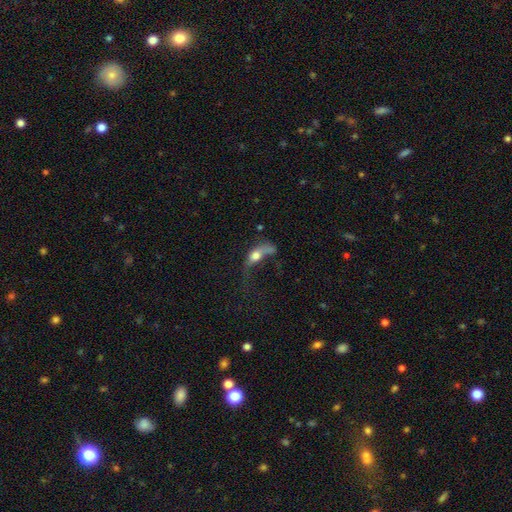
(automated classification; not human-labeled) A smooth galaxy with no disk features (57%) that is in between round and cigar-shaped (62%).

Vote fractions:
- Smooth or featured? smooth: 57% / featured or disk: 33% / star or artifact: 9%
- How rounded? in between: 62% / cigar-shaped: 23% / round: 15%
- Merging? major disturbance: 55% / none: 17% / minor disturbance: 15% / merger: 12%